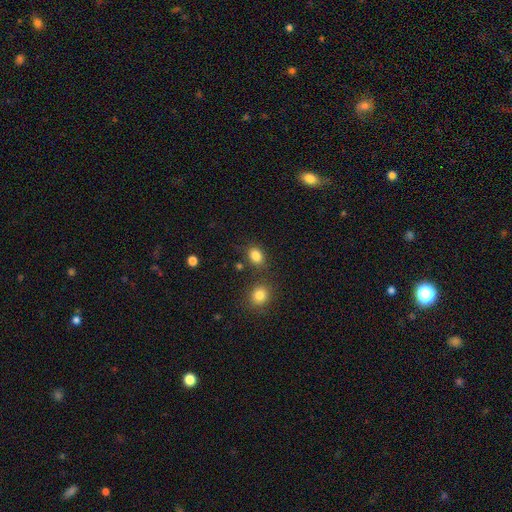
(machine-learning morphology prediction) smooth-or-featured: smooth: 84% | star or artifact: 11% | featured or disk: 5%
  how-rounded: in between: 63% | round: 36% | cigar-shaped: 1%
  merging: none: 76% | minor disturbance: 12% | merger: 9% | major disturbance: 4%